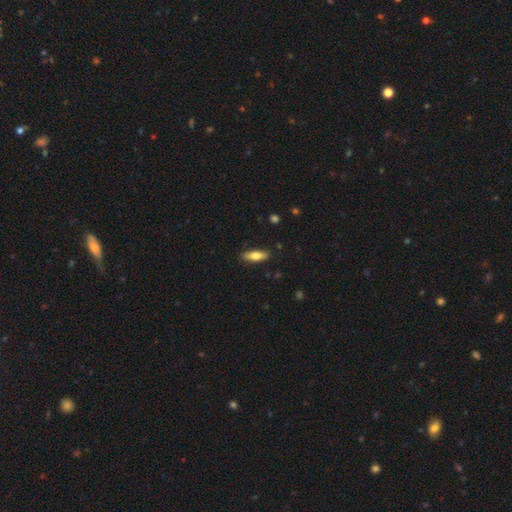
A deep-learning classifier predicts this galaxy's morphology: Smooth or featured? smooth (73%)
How rounded? in between (55%)
Merging? none (87%)